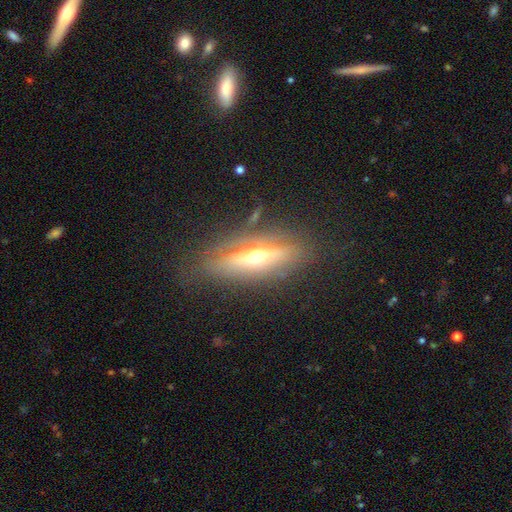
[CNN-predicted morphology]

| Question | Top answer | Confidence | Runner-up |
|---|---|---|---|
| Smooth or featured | featured or disk | 58% | smooth (33%) |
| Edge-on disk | yes | 68% | no (32%) |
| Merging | none | 72% | minor disturbance (16%) |